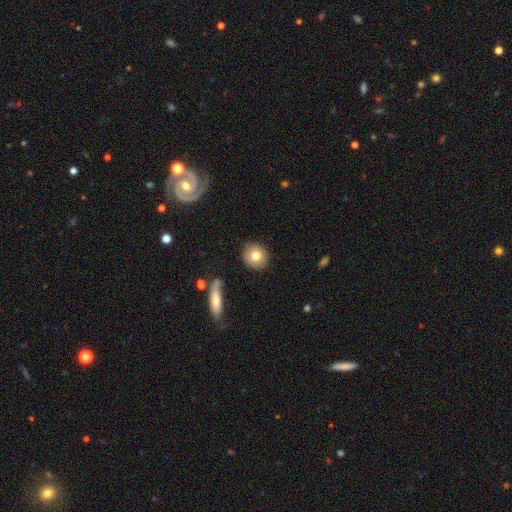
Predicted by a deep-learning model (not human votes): Morphology: type=smooth (76%); roundness=round (84%); merging=none (87%).